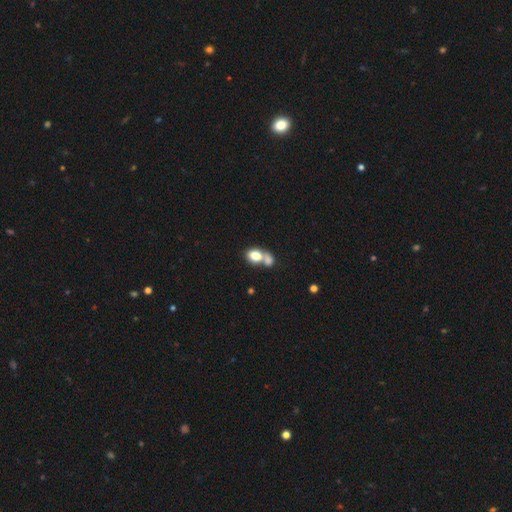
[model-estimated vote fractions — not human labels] Overall: smooth (76%). How rounded: in between (64%; round 35%). Merging: merger (62%; none 25%).